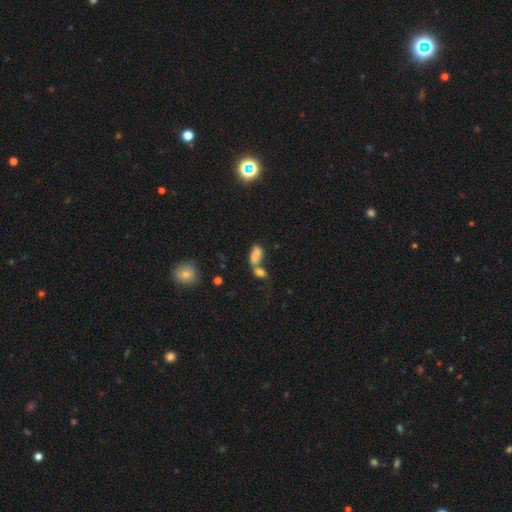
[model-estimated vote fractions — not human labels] This appears to be a smooth galaxy with no disk features (76%) that is in between round and cigar-shaped (86%). Merging: merger (60%).